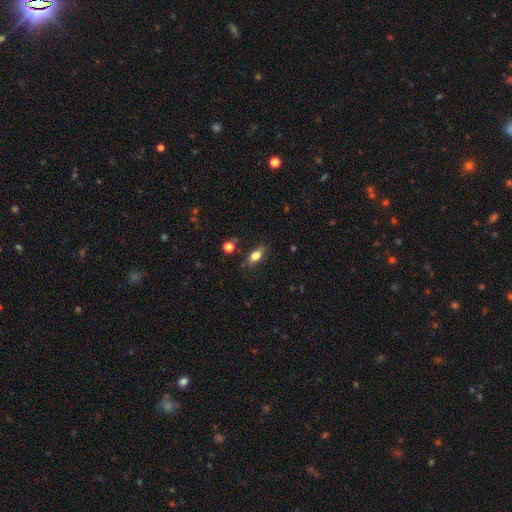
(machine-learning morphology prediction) A smooth galaxy with no disk features (76%) that is in between round and cigar-shaped (81%). Merging: none (78%).